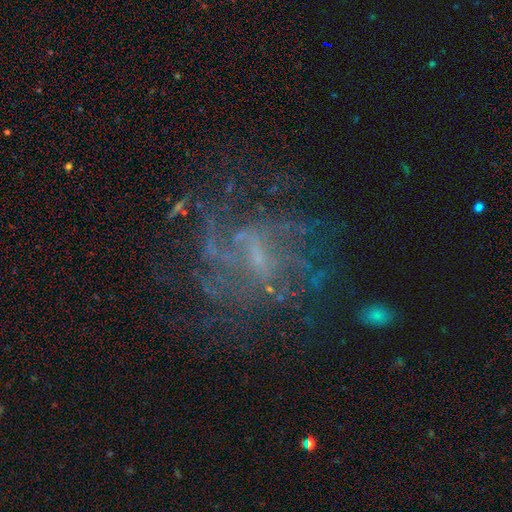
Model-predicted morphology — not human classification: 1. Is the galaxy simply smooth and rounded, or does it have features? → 71% featured or disk, 19% star or artifact, 10% smooth.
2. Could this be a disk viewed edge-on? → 97% no, 3% yes.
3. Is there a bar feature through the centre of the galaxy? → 46% weak, 42% no, 11% strong.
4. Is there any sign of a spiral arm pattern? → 70% yes, 30% no.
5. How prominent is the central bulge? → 54% small, 27% none, 16% moderate, 2% large, 1% dominant.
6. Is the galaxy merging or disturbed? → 59% none, 23% major disturbance, 15% minor disturbance, 3% merger.